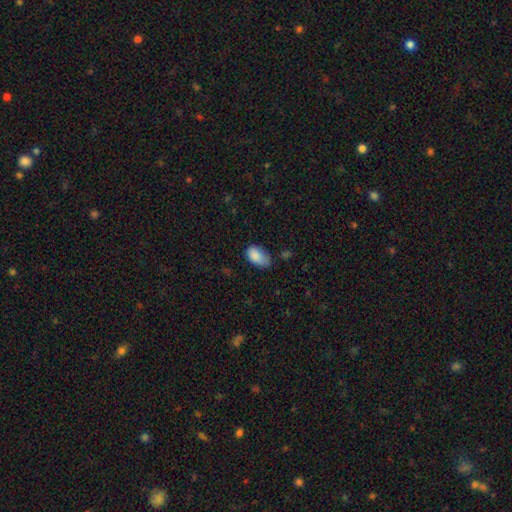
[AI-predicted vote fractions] smooth 86%, star or artifact 8%, featured or disk 6%. Down the decision tree: how rounded — in between (92%); merging — none (51%).